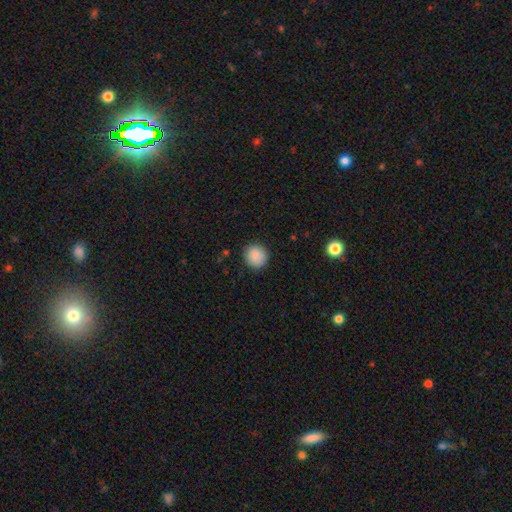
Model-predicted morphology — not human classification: smooth 88%, star or artifact 8%, featured or disk 4%. Down the decision tree: how rounded — round (91%); merging — none (89%).